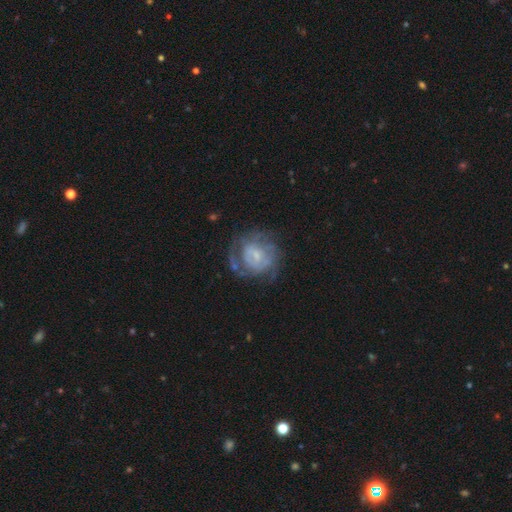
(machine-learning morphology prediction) Smooth or featured?
  - featured or disk: 74% *
  - smooth: 18%
  - star or artifact: 8%
Edge-on disk?
  - no: 98% *
  - yes: 2%
Bar?
  - no: 47% *
  - weak: 44%
  - strong: 9%
Spiral arms?
  - yes: 80% *
  - no: 20%
Spiral winding?
  - tight: 55% *
  - medium: 33%
  - loose: 12%
Spiral arm count?
  - can't tell: 47% *
  - 2: 24%
  - 3: 13%
  - 1: 7%
  - 4: 6%
  - more than 4: 4%
Bulge size?
  - small: 52% *
  - moderate: 27%
  - none: 16%
  - large: 4%
  - dominant: 1%
Merging?
  - none: 62% *
  - minor disturbance: 18%
  - major disturbance: 17%
  - merger: 2%